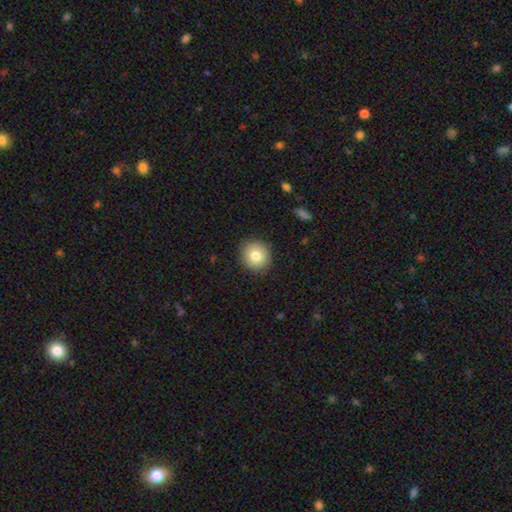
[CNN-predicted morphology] smooth_or_featured: smooth (p=0.80) [alt: featured or disk p=0.11]
how_rounded: round (p=0.90) [alt: in between p=0.09]
merging: none (p=0.90) [alt: minor disturbance p=0.07]